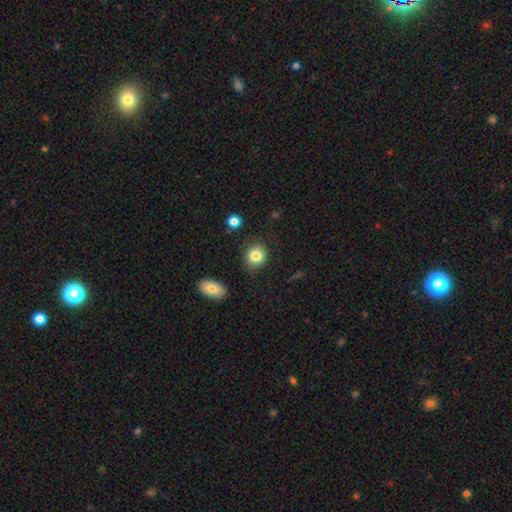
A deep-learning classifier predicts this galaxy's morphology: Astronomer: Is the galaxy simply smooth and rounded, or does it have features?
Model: smooth — 84%.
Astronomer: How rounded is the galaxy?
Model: round — 73%.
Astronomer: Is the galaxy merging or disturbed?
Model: none — 83%.